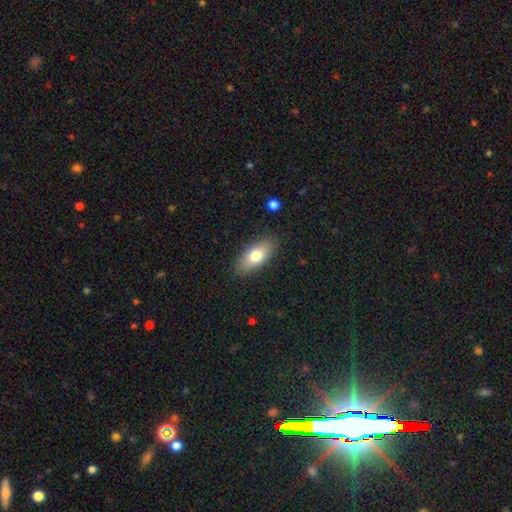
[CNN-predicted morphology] This is likely a smooth galaxy (75%). How rounded: clearly in between (84%). Merging: clearly none (87%).